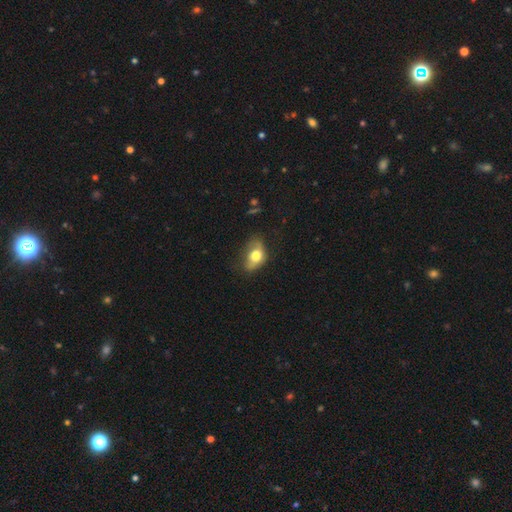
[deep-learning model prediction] The model was most divided on "merging": none: 46%, minor disturbance: 34%, major disturbance: 17%, merger: 3%. More confident: how rounded — in between (82%); smooth or featured — smooth (64%).